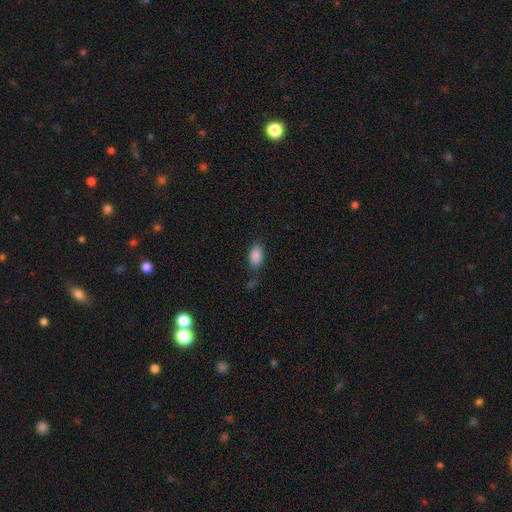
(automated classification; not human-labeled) Smooth or featured? smooth (87%)
How rounded? in between (91%)
Merging? none (78%)